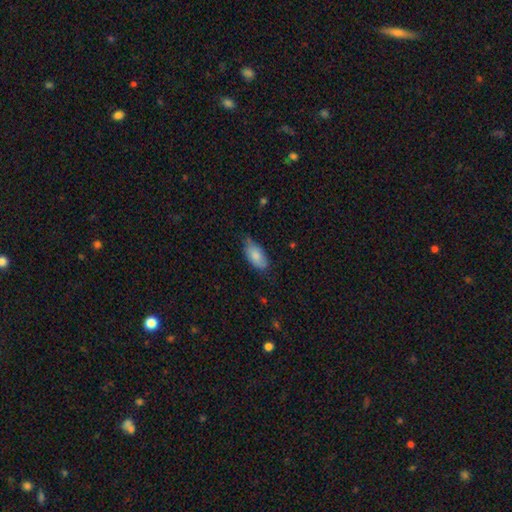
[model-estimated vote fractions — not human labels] Smooth or featured? smooth (84%)
How rounded? in between (92%)
Merging? none (60%)